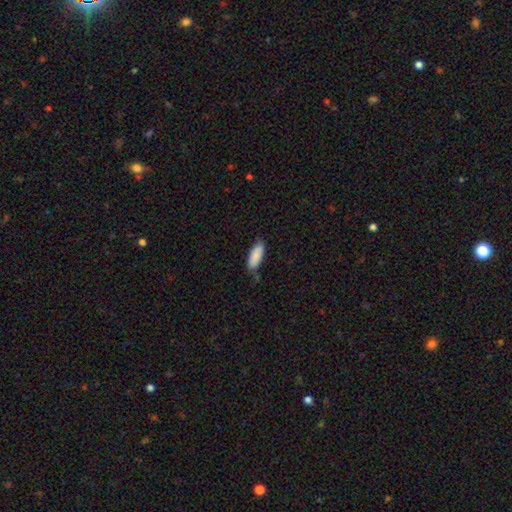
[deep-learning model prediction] Morphology: type=smooth (87%); roundness=in between (74%); merging=none (71%).